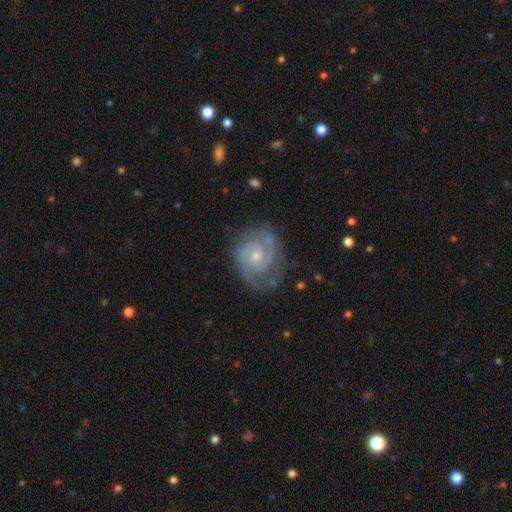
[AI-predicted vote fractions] smooth-or-featured: featured or disk: 91% | star or artifact: 5% | smooth: 5%
  disk-edge-on: no: 98% | yes: 2%
    bar: no: 64% | weak: 31% | strong: 5%
    has-spiral-arms: yes: 98% | no: 2%
      spiral-winding: tight: 58% | medium: 37% | loose: 5%
      spiral-arm-count: 2: 83% | 3: 8% | can't tell: 4% | 1: 2% | 4: 2% | more than 4: 2%
    bulge-size: small: 51% | moderate: 44% | none: 2% | large: 1% | dominant: 1%
  merging: none: 77% | minor disturbance: 16% | major disturbance: 5% | merger: 1%